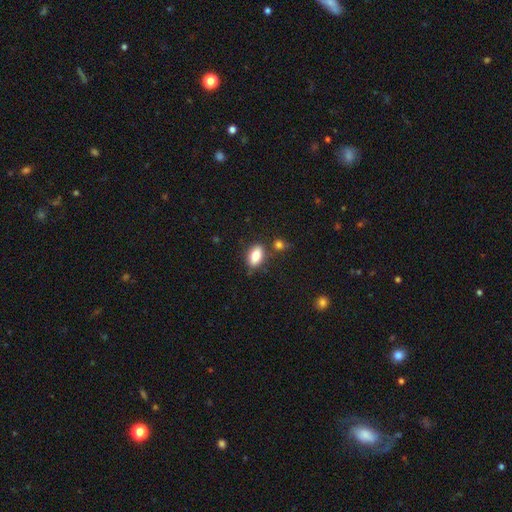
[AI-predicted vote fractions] smooth-or-featured: smooth: 82% | featured or disk: 11% | star or artifact: 7%
  how-rounded: in between: 89% | cigar-shaped: 6% | round: 5%
  merging: none: 76% | minor disturbance: 12% | merger: 9% | major disturbance: 3%